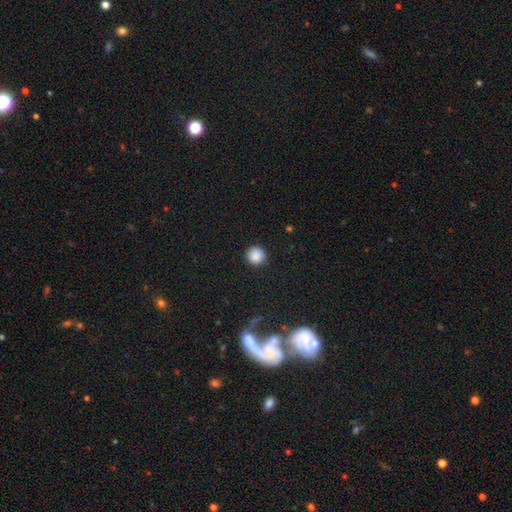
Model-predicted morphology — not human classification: A smooth galaxy with no disk features (87%) that is round (92%).

Vote fractions:
- Smooth or featured? smooth: 87% / star or artifact: 10% / featured or disk: 3%
- How rounded? round: 92% / in between: 7% / cigar-shaped: 1%
- Merging? none: 89% / minor disturbance: 8% / major disturbance: 2% / merger: 1%